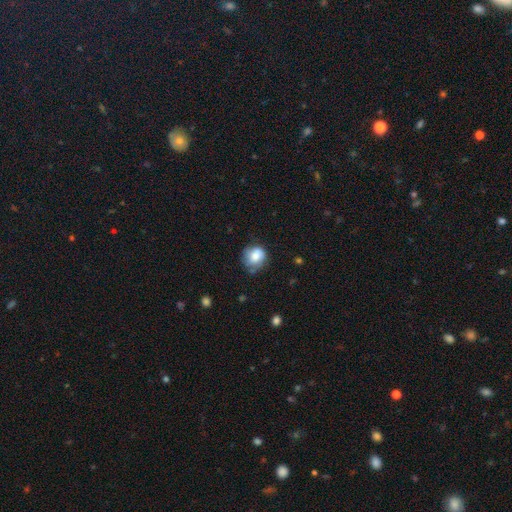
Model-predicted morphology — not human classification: A smooth galaxy with no disk features (73%) that is round (79%). Merging: none (57%).